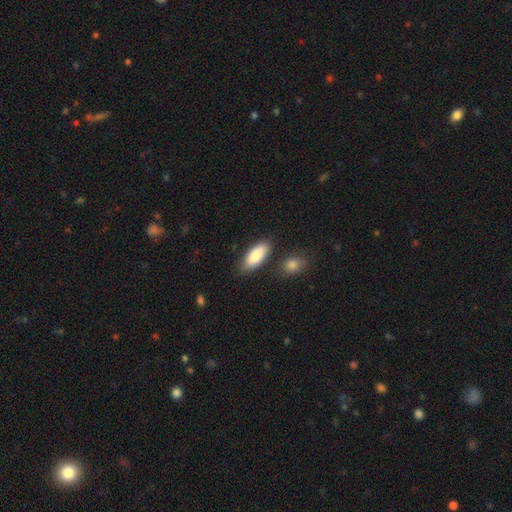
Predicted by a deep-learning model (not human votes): A smooth galaxy with no disk features (85%) that is in between round and cigar-shaped (84%).

Vote fractions:
- Smooth or featured? smooth: 85% / featured or disk: 10% / star or artifact: 6%
- How rounded? in between: 84% / cigar-shaped: 14% / round: 2%
- Merging? none: 79% / minor disturbance: 12% / merger: 7% / major disturbance: 3%